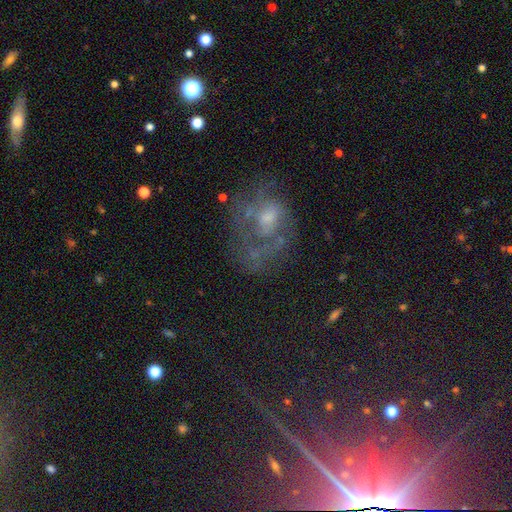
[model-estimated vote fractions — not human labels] Smooth or featured?
  - featured or disk: 52% *
  - star or artifact: 28%
  - smooth: 20%
Edge-on disk?
  - no: 96% *
  - yes: 4%
Merging?
  - none: 47% *
  - major disturbance: 28%
  - minor disturbance: 21%
  - merger: 5%